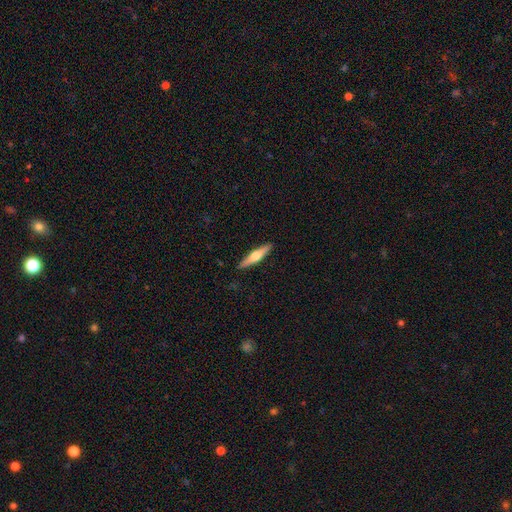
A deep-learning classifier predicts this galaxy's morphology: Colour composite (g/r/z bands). It shows a featured or disk galaxy (54%) viewed edge-on (96%) with a rounded central bulge (92%). Merging: none (90%).